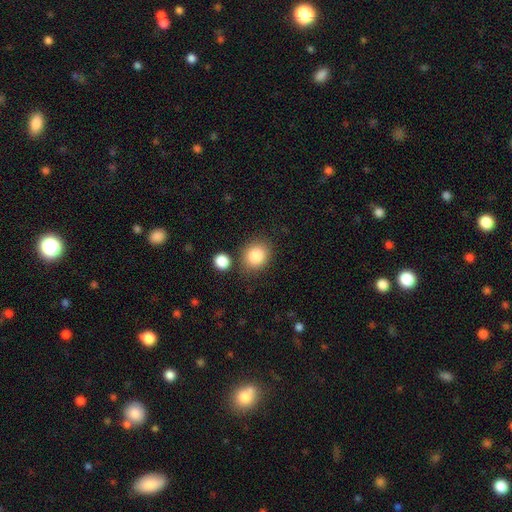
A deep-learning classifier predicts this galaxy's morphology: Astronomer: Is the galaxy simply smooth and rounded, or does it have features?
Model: smooth — 86%.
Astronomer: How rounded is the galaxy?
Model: round — 71%.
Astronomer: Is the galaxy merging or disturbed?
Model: none — 77%.